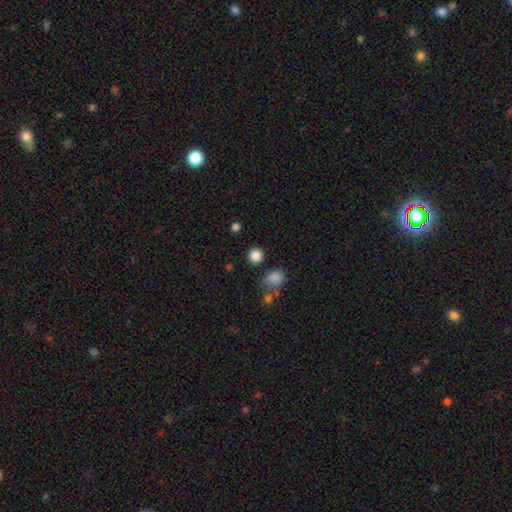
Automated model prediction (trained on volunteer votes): Smooth or featured? Predicted: smooth (p=0.85). How rounded? Predicted: round (p=0.90). Merging? Predicted: none (p=0.84).